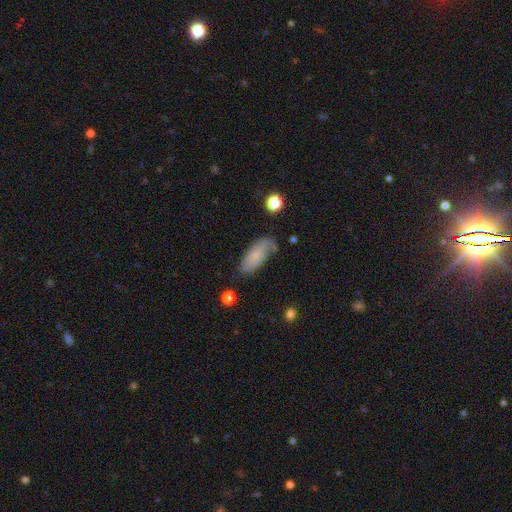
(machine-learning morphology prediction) This appears to be a smooth galaxy with no disk features (64%) that is in between round and cigar-shaped (80%). Merging: none (62%).